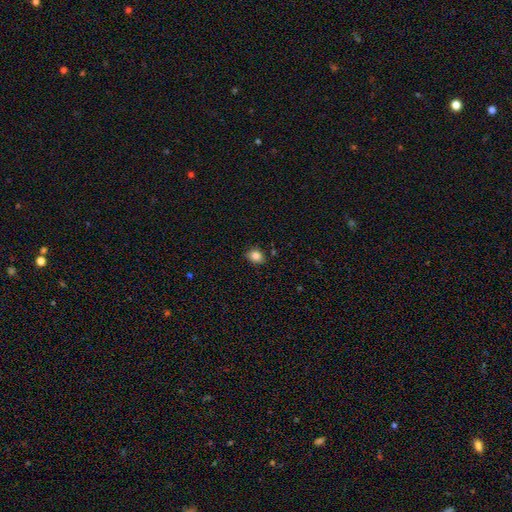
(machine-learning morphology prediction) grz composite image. It shows a smooth galaxy with no disk features (85%) that is in between round and cigar-shaped (54%). Merging: none (83%).